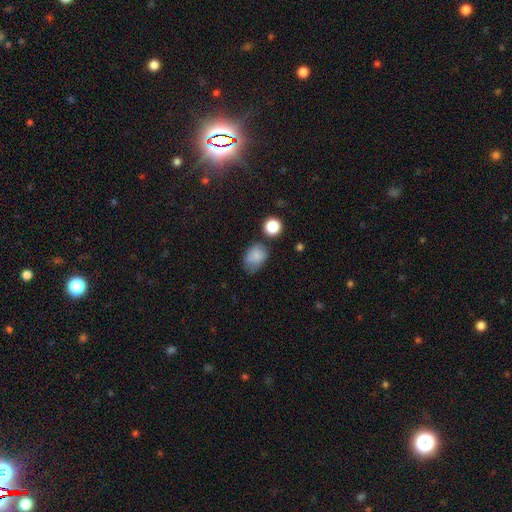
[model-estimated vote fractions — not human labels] Smooth or featured? Predicted: smooth (p=0.81). How rounded? Predicted: in between (p=0.71). Merging? Predicted: none (p=0.52).